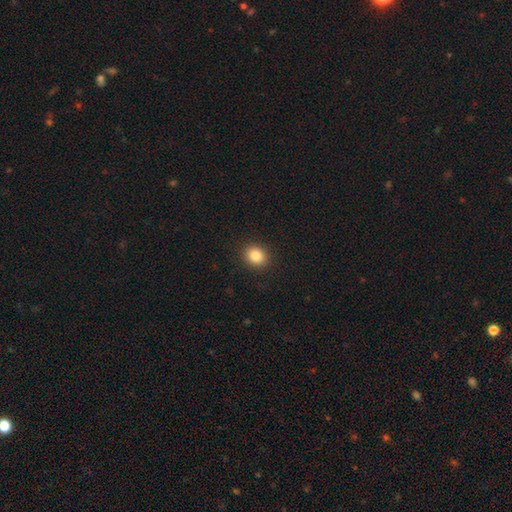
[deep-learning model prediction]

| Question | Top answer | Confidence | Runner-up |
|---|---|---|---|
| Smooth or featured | smooth | 85% | star or artifact (10%) |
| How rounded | round | 69% | in between (30%) |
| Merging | none | 91% | minor disturbance (6%) |